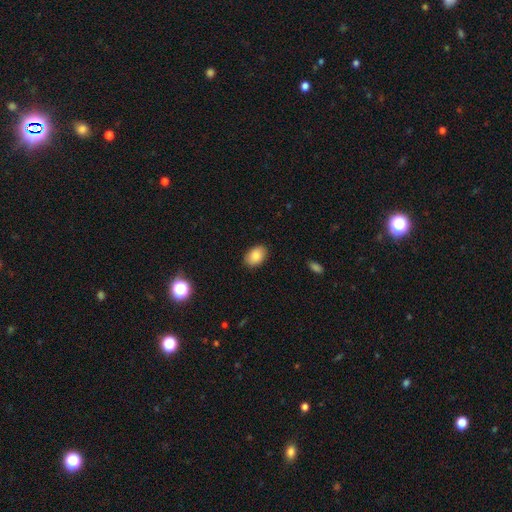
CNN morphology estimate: Smooth or featured: smooth — 86% (star or artifact — 8%)
How rounded: in between — 85% (round — 13%)
Merging: none — 87% (minor disturbance — 10%)